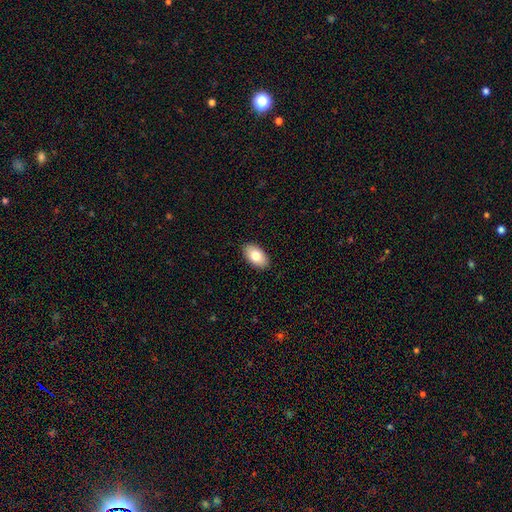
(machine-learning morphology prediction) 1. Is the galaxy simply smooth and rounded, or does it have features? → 79% smooth, 15% featured or disk, 7% star or artifact.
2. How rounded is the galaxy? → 94% in between, 4% round, 1% cigar-shaped.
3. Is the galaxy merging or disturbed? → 90% none, 8% minor disturbance, 2% major disturbance, 1% merger.